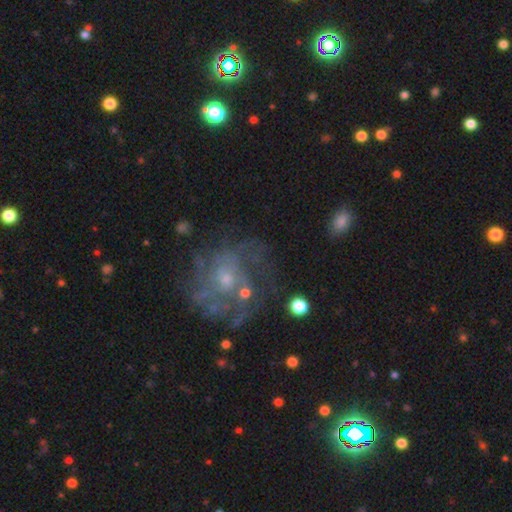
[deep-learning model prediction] Q: Smooth or featured?
A: featured or disk (64%); runner-up: star or artifact (21%)
Q: Edge-on disk?
A: no (97%); runner-up: yes (3%)
Q: Bar?
A: no (68%); runner-up: weak (27%)
Q: Spiral arms?
A: yes (78%); runner-up: no (22%)
Q: Bulge size?
A: small (61%); runner-up: moderate (28%)
Q: Merging?
A: none (64%); runner-up: minor disturbance (16%)